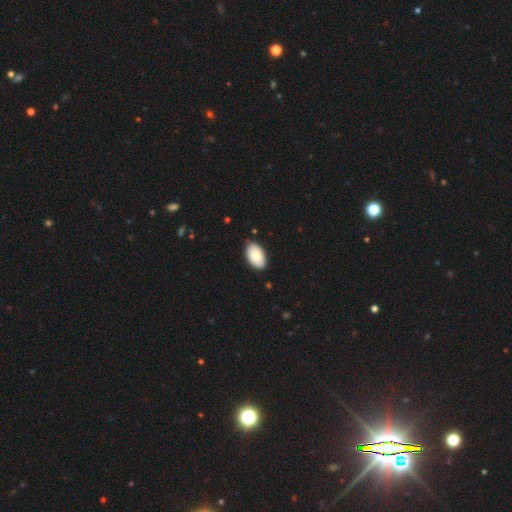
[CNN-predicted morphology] smooth 81%, featured or disk 13%, star or artifact 6%. Down the decision tree: how rounded — in between (95%); merging — none (83%).